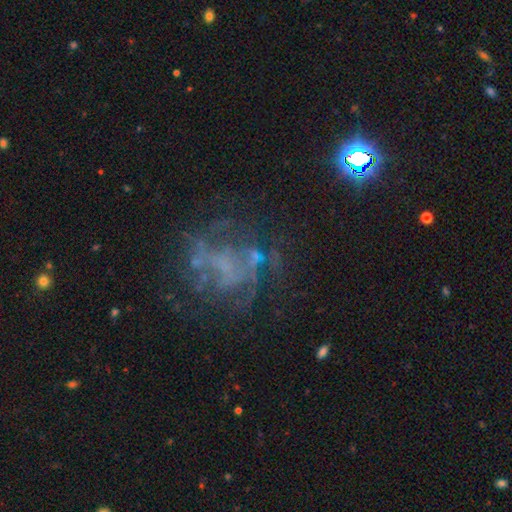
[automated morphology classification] The model was most divided on "spiral arms": yes: 52%, no: 48%. More confident: edge-on disk — no (98%); bar — no (72%); smooth or featured — featured or disk (66%); bulge size — none (62%); merging — none (53%).